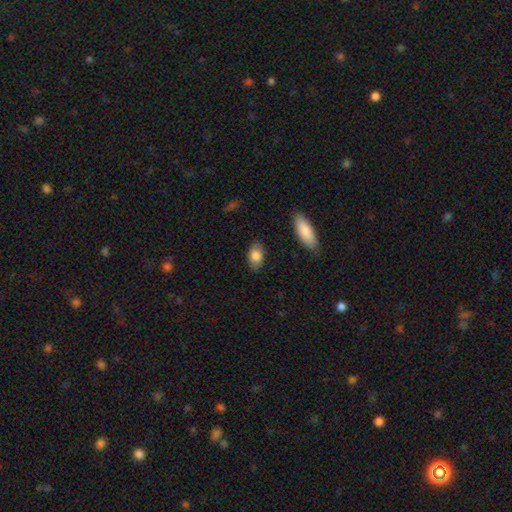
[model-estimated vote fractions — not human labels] This is clearly a smooth galaxy (82%). How rounded: clearly in between (91%). Merging: clearly none (84%).